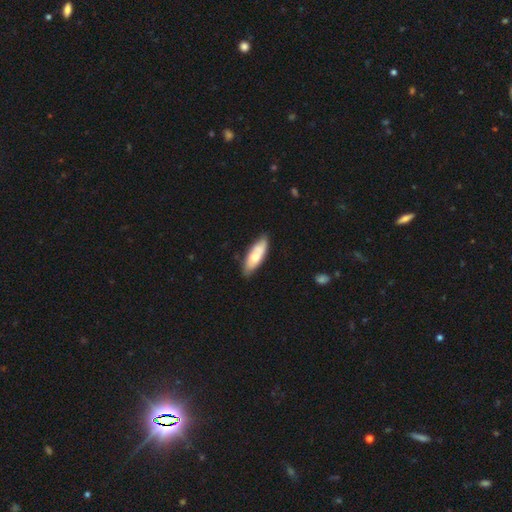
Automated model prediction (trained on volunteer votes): Q: Smooth or featured?
A: smooth (63%); runner-up: featured or disk (31%)
Q: How rounded?
A: in between (66%); runner-up: cigar-shaped (32%)
Q: Merging?
A: none (78%); runner-up: minor disturbance (17%)